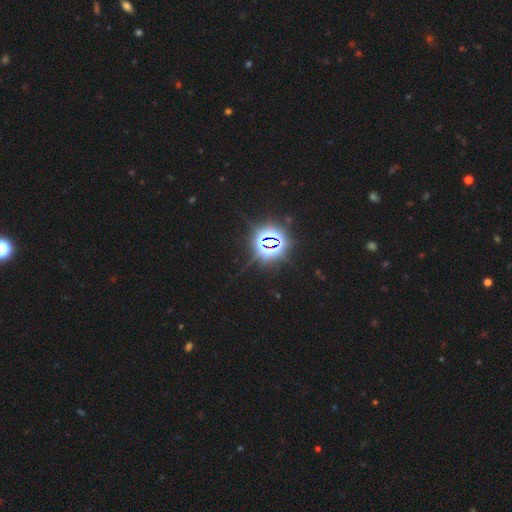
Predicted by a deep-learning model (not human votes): This is clearly a star or artifact rather than a galaxy (84%).